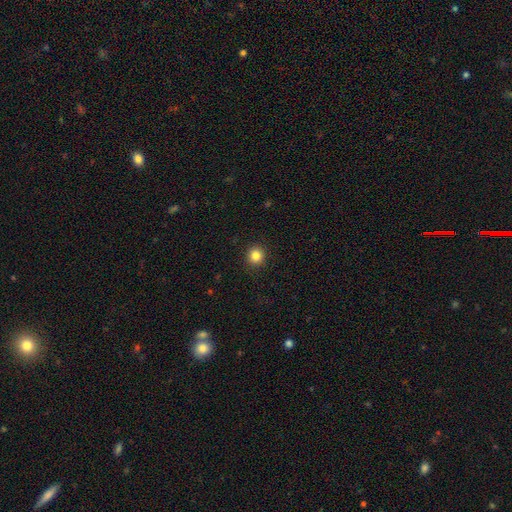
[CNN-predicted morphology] Smooth or featured? smooth (84%)
How rounded? round (91%)
Merging? none (92%)